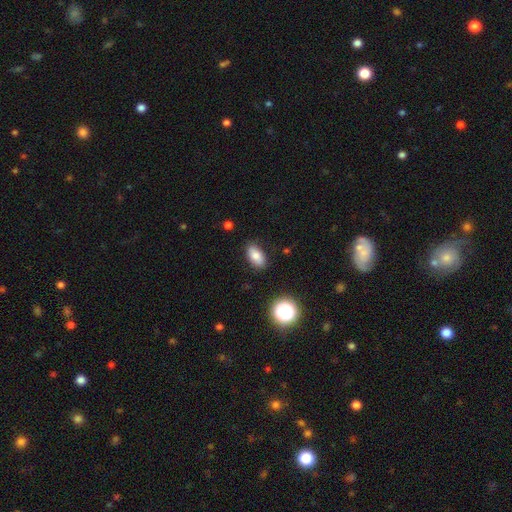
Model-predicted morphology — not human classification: type=smooth (81%); roundness=in between (90%); merging=none (85%).